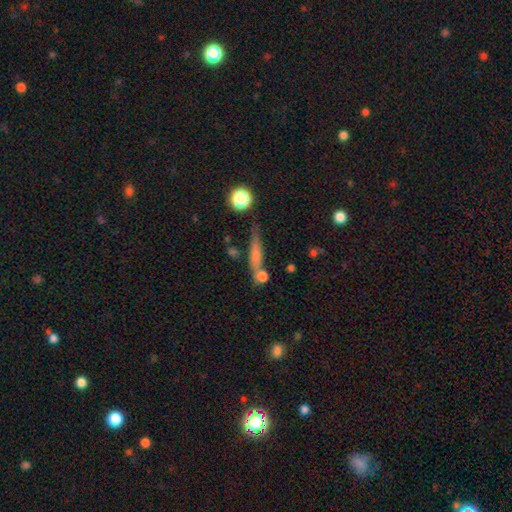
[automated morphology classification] This appears to be a smooth galaxy with no disk features (62%) that is cigar-shaped (78%). Merging: none (62%).